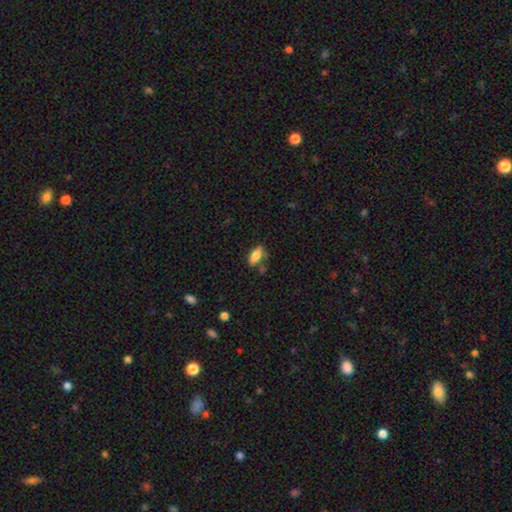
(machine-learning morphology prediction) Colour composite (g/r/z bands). It shows a smooth galaxy with no disk features (83%) that is in between round and cigar-shaped (82%). Merging: none (65%).